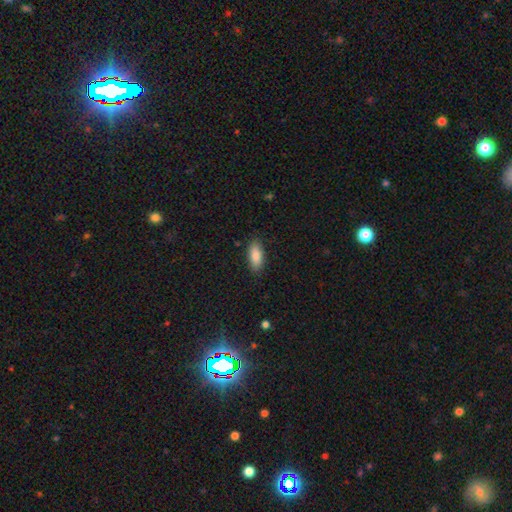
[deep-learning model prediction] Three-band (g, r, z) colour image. It shows a smooth galaxy with no disk features (88%) that is in between round and cigar-shaped (85%). Merging: none (86%).